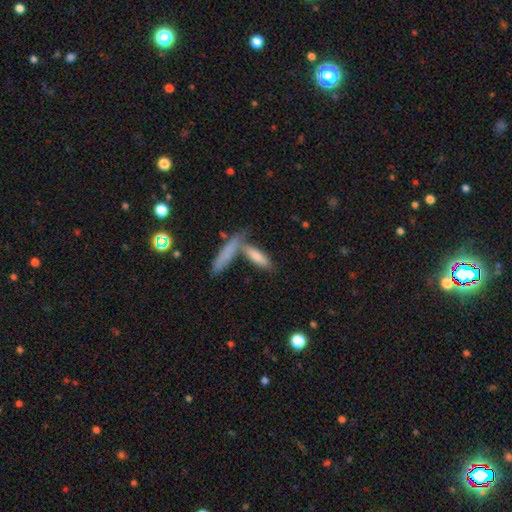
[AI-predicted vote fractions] Morphology: type=smooth (72%); roundness=cigar-shaped (66%); merging=none (51%).